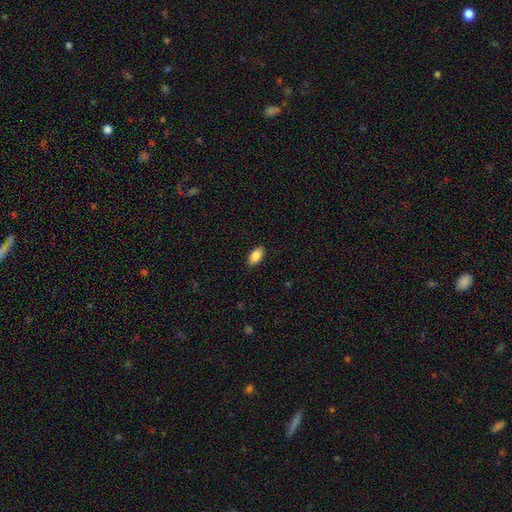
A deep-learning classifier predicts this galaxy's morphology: smooth_or_featured: smooth (p=0.86) [alt: star or artifact p=0.07]
how_rounded: in between (p=0.93) [alt: cigar-shaped p=0.04]
merging: none (p=0.89) [alt: minor disturbance p=0.08]